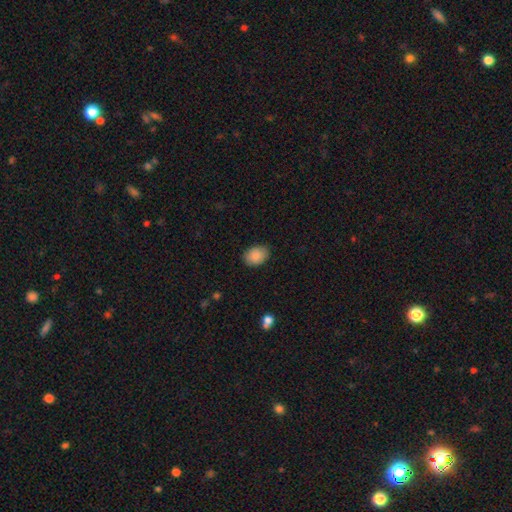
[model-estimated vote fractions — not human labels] A smooth galaxy with no disk features (88%) that is in between round and cigar-shaped (76%). Merging: none (82%).